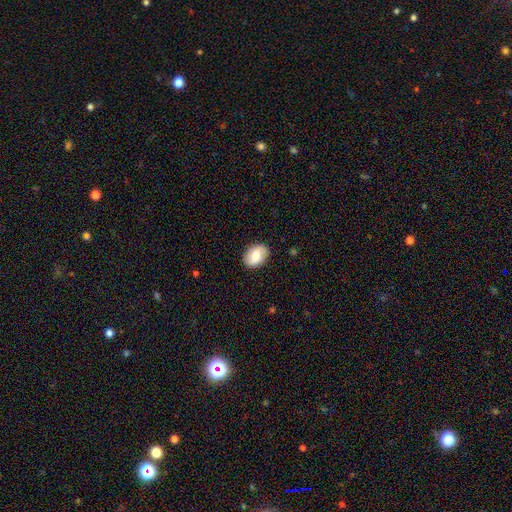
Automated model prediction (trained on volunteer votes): This appears to be a smooth galaxy with no disk features (70%) that is in between round and cigar-shaped (78%). Merging: none (86%).